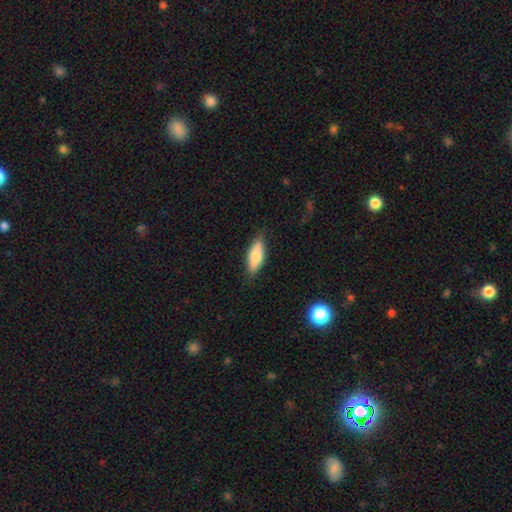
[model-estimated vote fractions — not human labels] smooth 75%, featured or disk 19%, star or artifact 6%. Down the decision tree: how rounded — in between (66%); merging — none (82%).